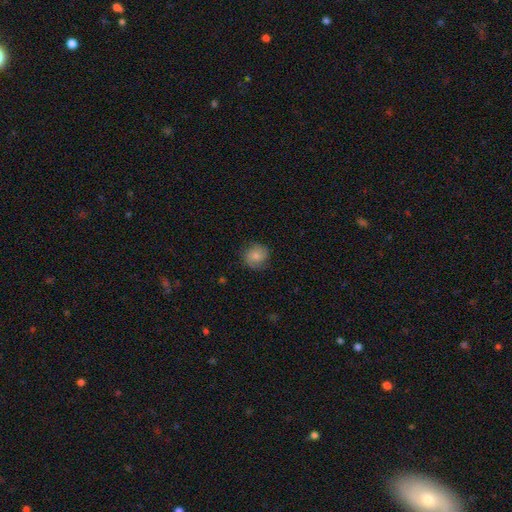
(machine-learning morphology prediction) A smooth galaxy with no disk features (59%) that is round (85%). Merging: none (78%).